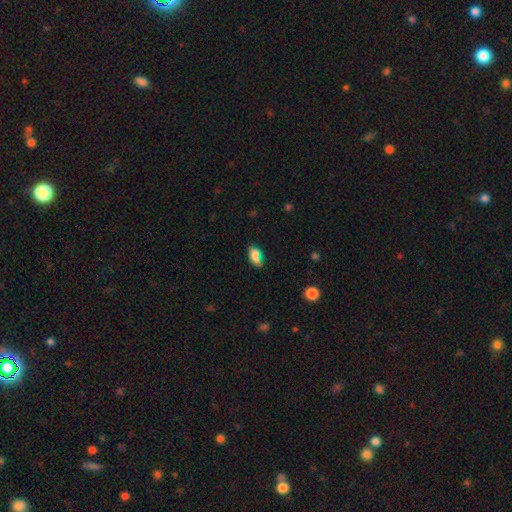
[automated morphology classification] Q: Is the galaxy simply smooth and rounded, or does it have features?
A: smooth — 74%.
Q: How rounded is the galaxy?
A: in between — 86%.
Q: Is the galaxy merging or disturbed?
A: none — 69%.